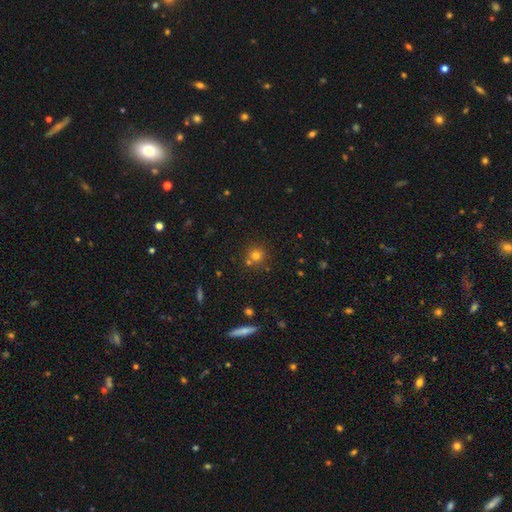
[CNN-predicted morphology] This appears to be a smooth galaxy with no disk features (71%) that is round (89%). Merging: none (67%).